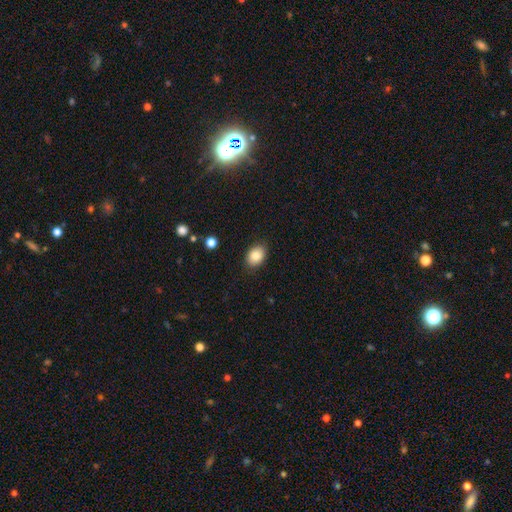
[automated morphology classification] smooth_or_featured: smooth (p=0.84) [alt: star or artifact p=0.08]
how_rounded: in between (p=0.74) [alt: round p=0.25]
merging: none (p=0.86) [alt: minor disturbance p=0.11]